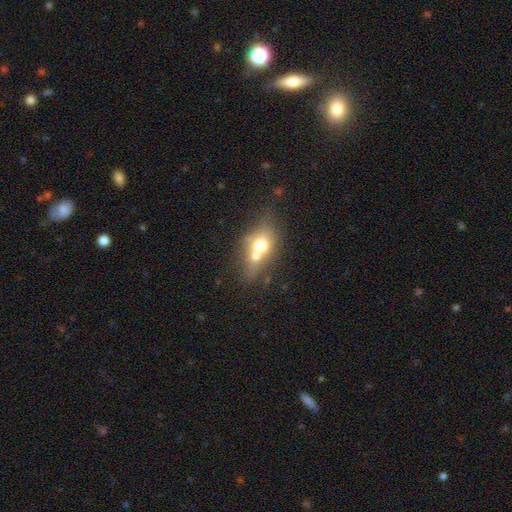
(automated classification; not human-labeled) Smooth or featured?
  - smooth: 60% *
  - featured or disk: 31%
  - star or artifact: 10%
How rounded?
  - in between: 60% *
  - round: 35%
  - cigar-shaped: 6%
Merging?
  - merger: 55% *
  - none: 28%
  - minor disturbance: 10%
  - major disturbance: 6%